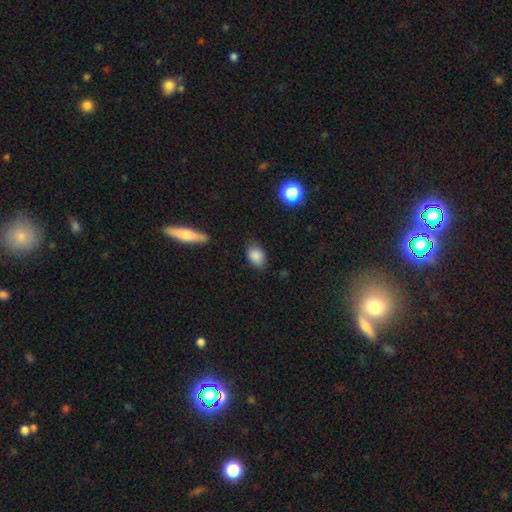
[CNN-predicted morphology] Smooth or featured? smooth (86%)
How rounded? in between (78%)
Merging? none (78%)